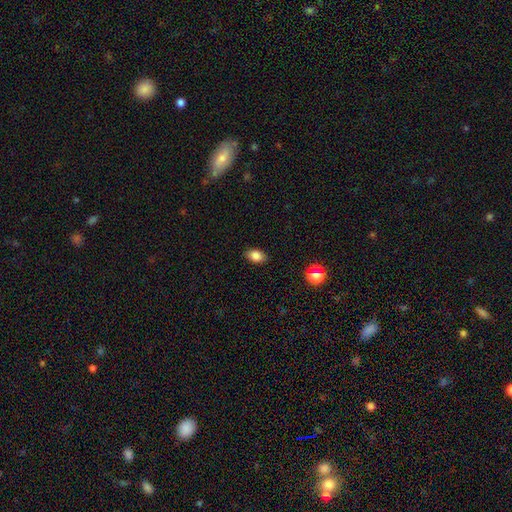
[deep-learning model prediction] Smooth or featured? smooth (84%)
How rounded? in between (85%)
Merging? none (87%)